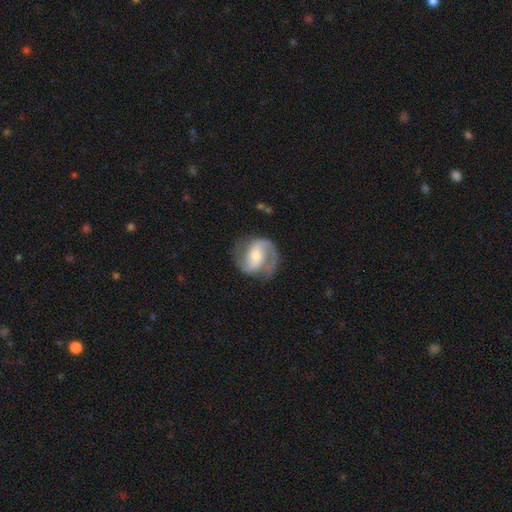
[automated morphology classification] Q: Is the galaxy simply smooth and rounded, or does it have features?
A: featured or disk — 86%.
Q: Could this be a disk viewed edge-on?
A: no — 98%.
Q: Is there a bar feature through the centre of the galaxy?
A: weak — 38%.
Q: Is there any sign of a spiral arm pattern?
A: yes — 96%.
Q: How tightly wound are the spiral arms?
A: medium — 52%.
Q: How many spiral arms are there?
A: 2 — 89%.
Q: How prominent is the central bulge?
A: moderate — 51%.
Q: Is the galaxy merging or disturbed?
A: none — 76%.